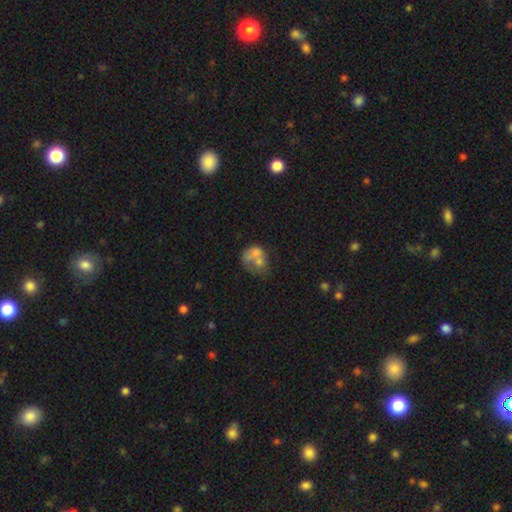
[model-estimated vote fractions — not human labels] A smooth galaxy with no disk features (59%) that is in between round and cigar-shaped (59%).

Vote fractions:
- Smooth or featured? smooth: 59% / featured or disk: 31% / star or artifact: 10%
- How rounded? in between: 59% / round: 40% / cigar-shaped: 1%
- Merging? merger: 54% / none: 19% / major disturbance: 16% / minor disturbance: 11%